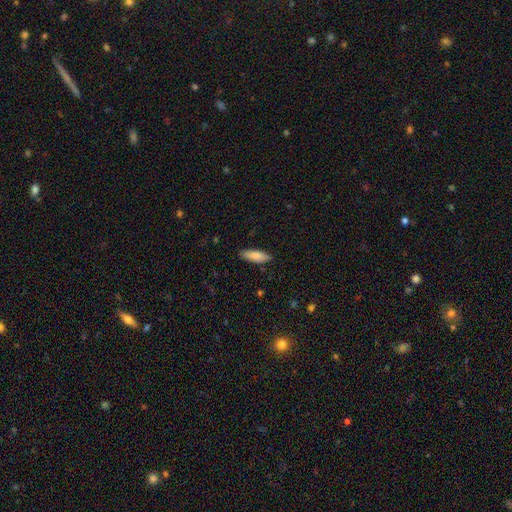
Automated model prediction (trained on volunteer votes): smooth 85%, featured or disk 9%, star or artifact 6%. Down the decision tree: how rounded — in between (55%); merging — none (87%).